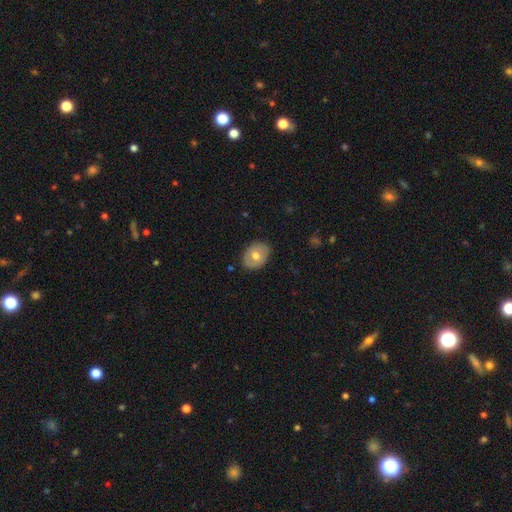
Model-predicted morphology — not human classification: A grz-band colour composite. It shows a smooth galaxy with no disk features (60%) that is in between round and cigar-shaped (67%). Merging: none (84%).